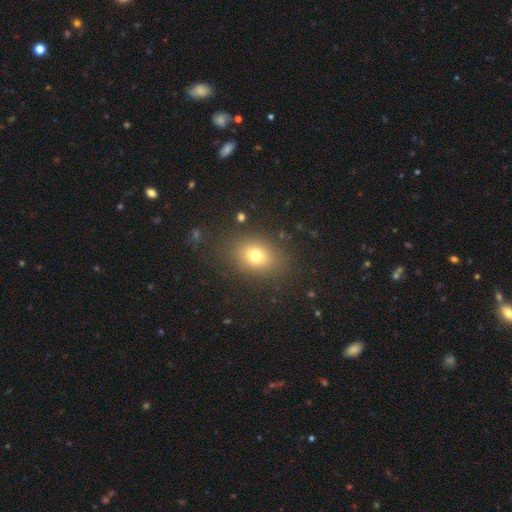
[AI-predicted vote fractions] A smooth galaxy with no disk features (74%) that is in between round and cigar-shaped (61%).

Vote fractions:
- Smooth or featured? smooth: 74% / star or artifact: 15% / featured or disk: 12%
- How rounded? in between: 61% / round: 38% / cigar-shaped: 1%
- Merging? none: 82% / minor disturbance: 11% / major disturbance: 5% / merger: 2%